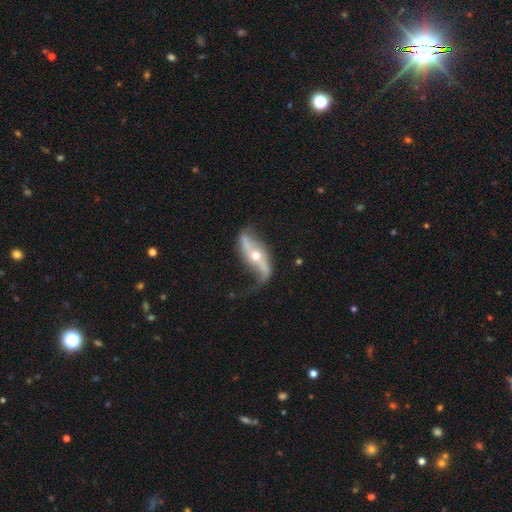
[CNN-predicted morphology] featured or disk 87%, smooth 7%, star or artifact 5%. Down the decision tree: edge-on disk — no (89%); bar — no (46%); spiral arms — yes (94%); spiral arm count — 2 (92%); spiral winding — loose (87%); bulge size — moderate (60%); merging — none (64%).